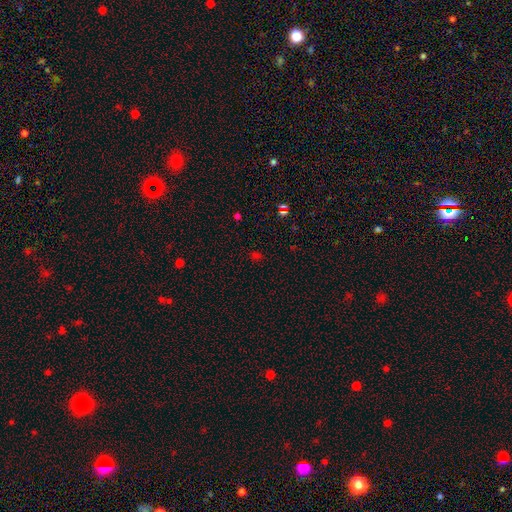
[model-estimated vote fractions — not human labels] smooth 48%, star or artifact 46%, featured or disk 6%. Down the decision tree: merging — none (79%).